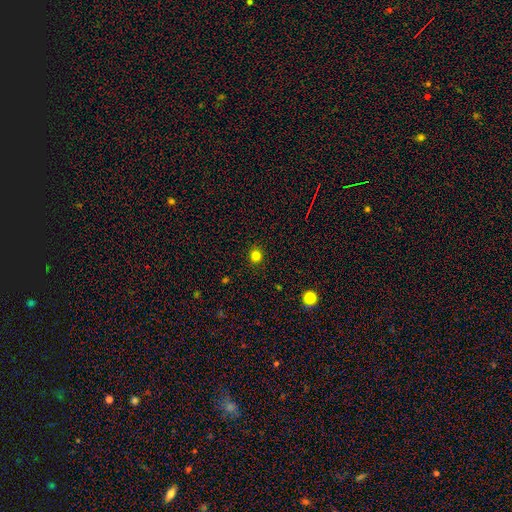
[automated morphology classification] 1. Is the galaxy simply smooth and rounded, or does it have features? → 82% smooth, 14% star or artifact, 5% featured or disk.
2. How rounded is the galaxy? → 88% round, 11% in between, 1% cigar-shaped.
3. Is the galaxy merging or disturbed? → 91% none, 6% minor disturbance, 2% major disturbance, 1% merger.